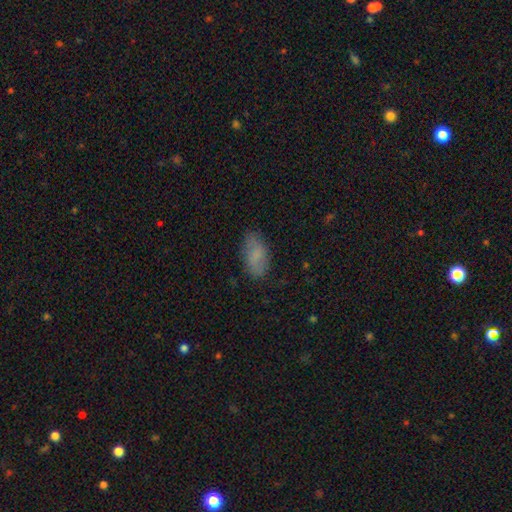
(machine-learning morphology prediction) smooth-or-featured: smooth: 79% | featured or disk: 13% | star or artifact: 8%
  how-rounded: in between: 92% | cigar-shaped: 5% | round: 3%
  merging: none: 77% | minor disturbance: 17% | major disturbance: 5% | merger: 1%